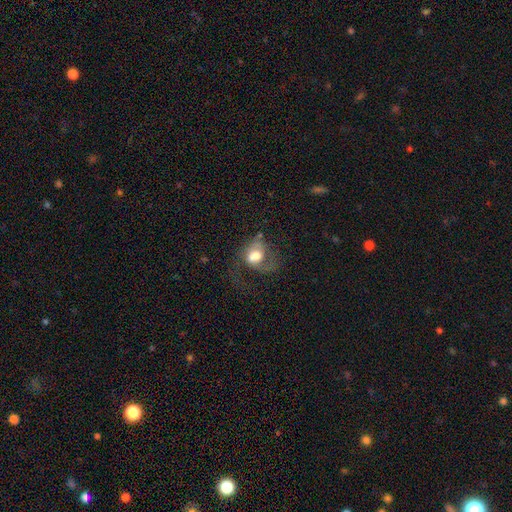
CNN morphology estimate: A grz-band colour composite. It shows a smooth galaxy with no disk features (54%) that is in between round and cigar-shaped (55%). Merging: major disturbance (53%).